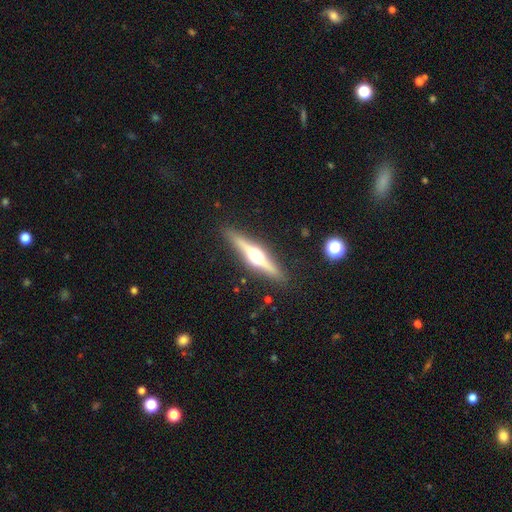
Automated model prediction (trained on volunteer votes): Q: Smooth or featured?
A: featured or disk (74%); runner-up: smooth (20%)
Q: Edge-on disk?
A: yes (97%); runner-up: no (3%)
Q: Edge-on bulge?
A: rounded (95%); runner-up: boxy (3%)
Q: Merging?
A: none (89%); runner-up: minor disturbance (8%)